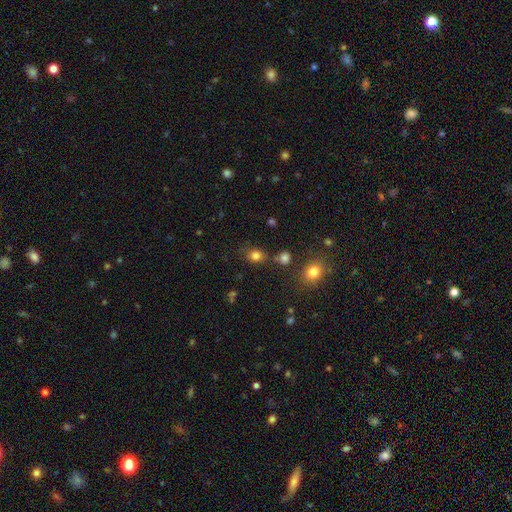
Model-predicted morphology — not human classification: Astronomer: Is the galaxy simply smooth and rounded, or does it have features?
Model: smooth — 80%.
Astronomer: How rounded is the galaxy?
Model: round — 59% (runner-up: in between, 40%).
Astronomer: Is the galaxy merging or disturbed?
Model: none — 73%.